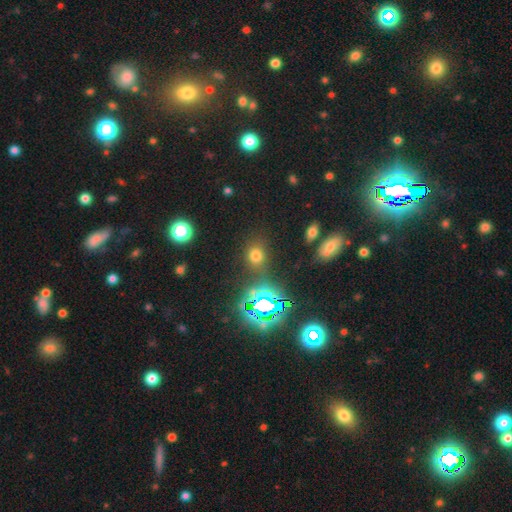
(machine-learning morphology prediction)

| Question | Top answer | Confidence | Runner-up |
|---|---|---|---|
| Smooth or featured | smooth | 61% | star or artifact (31%) |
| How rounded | round | 69% | in between (29%) |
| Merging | none | 78% | minor disturbance (11%) |